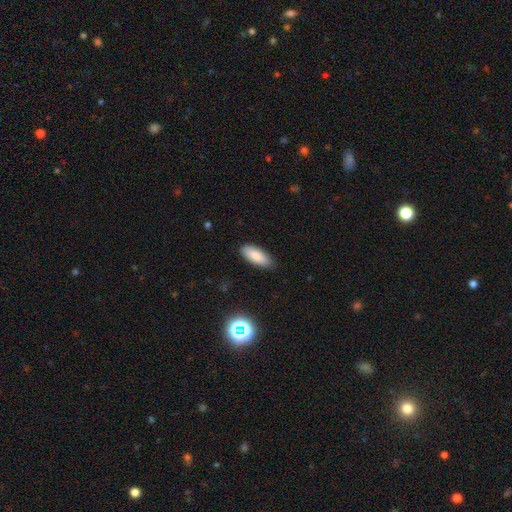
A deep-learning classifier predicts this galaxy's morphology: Overall: smooth (85%). How rounded: in between (81%). Merging: none (85%).